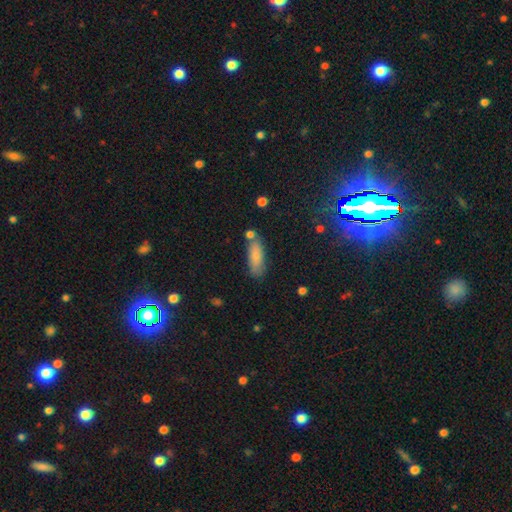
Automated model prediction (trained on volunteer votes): Morphology: type=smooth (82%); roundness=in between (63%); merging=none (68%).